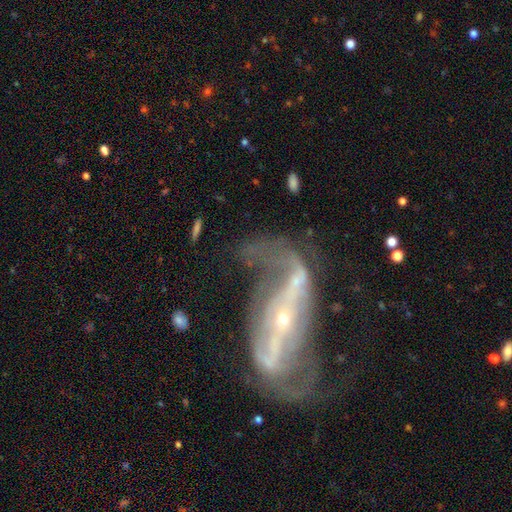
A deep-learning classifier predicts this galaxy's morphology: smooth_or_featured: featured or disk (p=0.85) [alt: star or artifact p=0.08]
disk_edge_on: no (p=0.90) [alt: yes p=0.10]
bar: strong (p=0.57) [alt: no p=0.24]
has_spiral_arms: yes (p=0.83) [alt: no p=0.17]
spiral_winding: loose (p=0.57) [alt: medium p=0.30]
spiral_arm_count: 2 (p=0.82) [alt: can't tell p=0.08]
bulge_size: small (p=0.82) [alt: moderate p=0.14]
merging: none (p=0.41) [alt: major disturbance p=0.32]